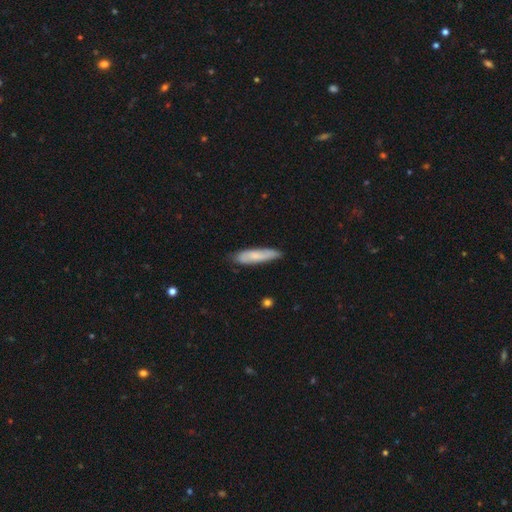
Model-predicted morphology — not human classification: Smooth or featured: smooth — 70% (featured or disk — 24%)
How rounded: cigar-shaped — 78% (in between — 20%)
Merging: none — 77% (minor disturbance — 18%)